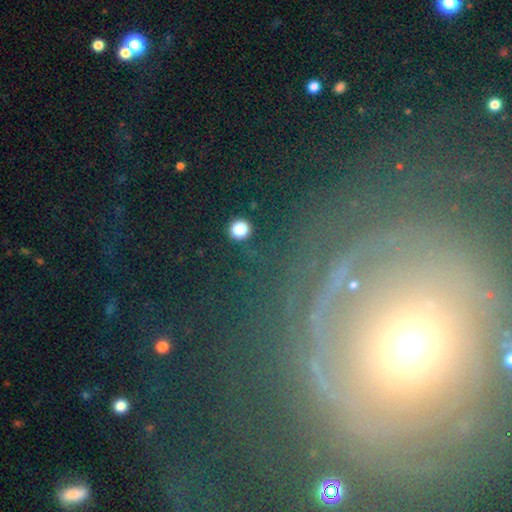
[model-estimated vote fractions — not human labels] This appears to be a featured or disk galaxy (49%). Merging: none (72%).